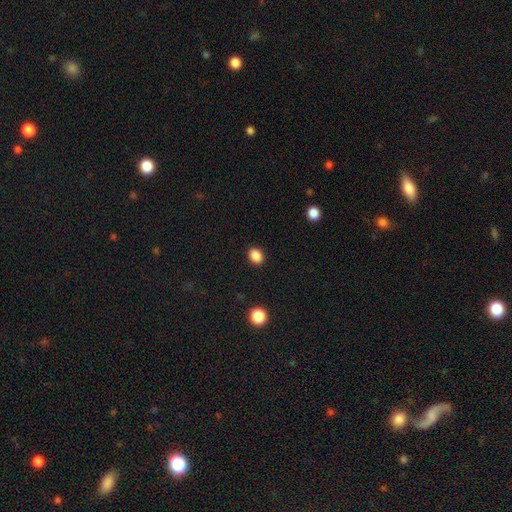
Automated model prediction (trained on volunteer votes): Smooth or featured?
  - smooth: 88% *
  - star or artifact: 10%
  - featured or disk: 3%
How rounded?
  - in between: 64% *
  - round: 35%
  - cigar-shaped: 1%
Merging?
  - none: 90% *
  - minor disturbance: 7%
  - major disturbance: 2%
  - merger: 1%